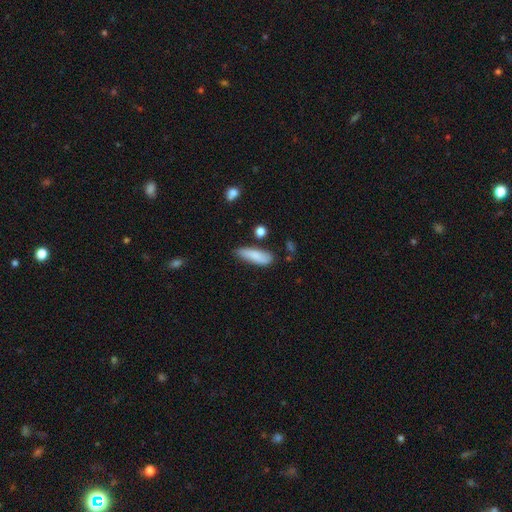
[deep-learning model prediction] Smooth or featured: smooth — 84% (featured or disk — 9%)
How rounded: cigar-shaped — 50% (in between — 48%)
Merging: none — 69% (minor disturbance — 23%)